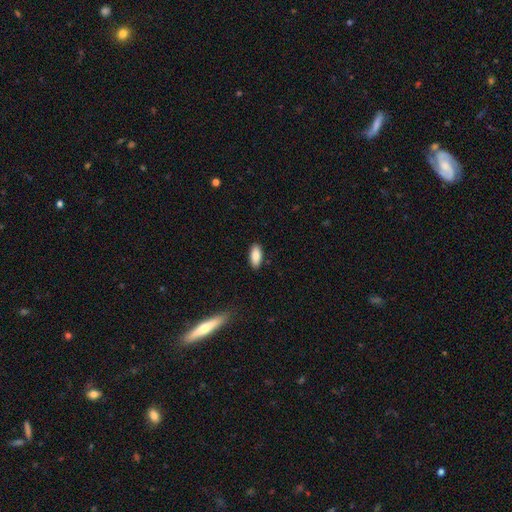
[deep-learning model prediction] A smooth galaxy with no disk features (87%) that is in between round and cigar-shaped (87%).

Vote fractions:
- Smooth or featured? smooth: 87% / star or artifact: 6% / featured or disk: 6%
- How rounded? in between: 87% / cigar-shaped: 11% / round: 2%
- Merging? none: 88% / minor disturbance: 9% / major disturbance: 2% / merger: 1%